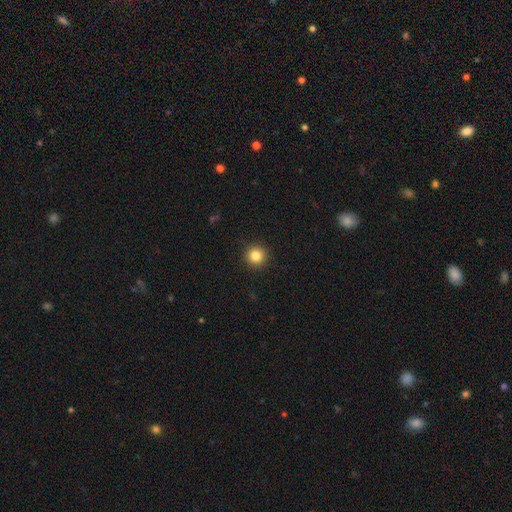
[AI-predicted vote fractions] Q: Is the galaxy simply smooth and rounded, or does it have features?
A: smooth — 83%.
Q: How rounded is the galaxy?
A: round — 95%.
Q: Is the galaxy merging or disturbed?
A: none — 92%.